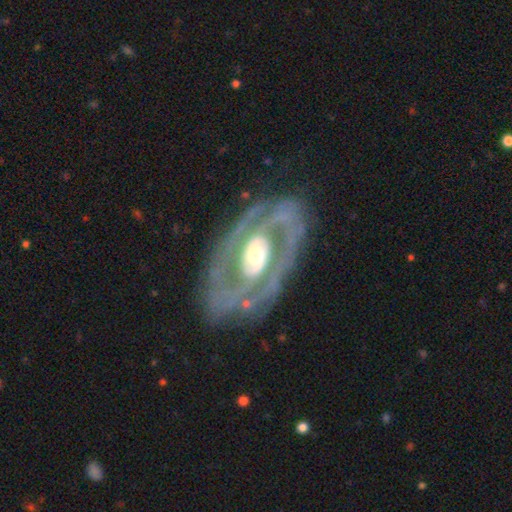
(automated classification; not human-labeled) This is clearly a featured or disk galaxy (88%). It is clearly not viewed edge-on (94%). Bar: possibly no (58%). Spiral arm pattern: clearly yes (83%). Spiral arm count: likely 2 (70%). Spiral winding: possibly tight (53%). Central bulge: likely moderate (61%). Merging: likely none (76%).